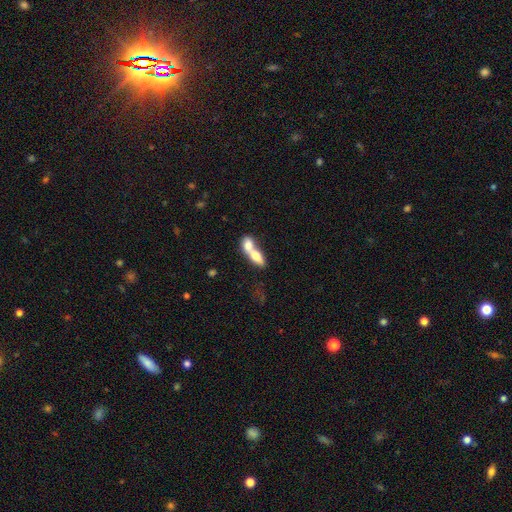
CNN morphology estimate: Smooth or featured? Predicted: smooth (p=0.68). How rounded? Predicted: in between (p=0.70). Merging? Predicted: merger (p=0.79).